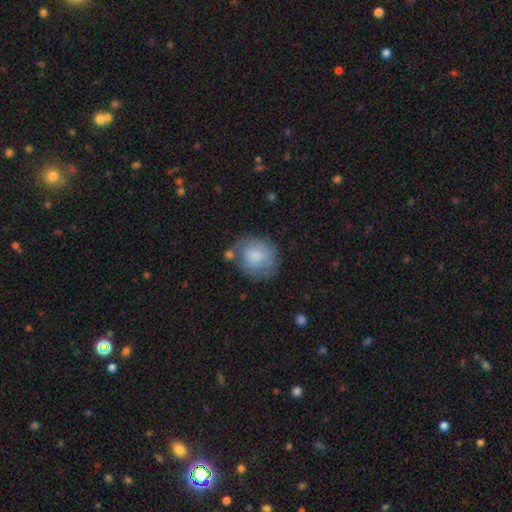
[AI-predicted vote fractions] A smooth galaxy with no disk features (70%) that is round (79%).

Vote fractions:
- Smooth or featured? smooth: 70% / featured or disk: 23% / star or artifact: 7%
- How rounded? round: 79% / in between: 20% / cigar-shaped: 1%
- Merging? none: 57% / minor disturbance: 24% / major disturbance: 10% / merger: 8%